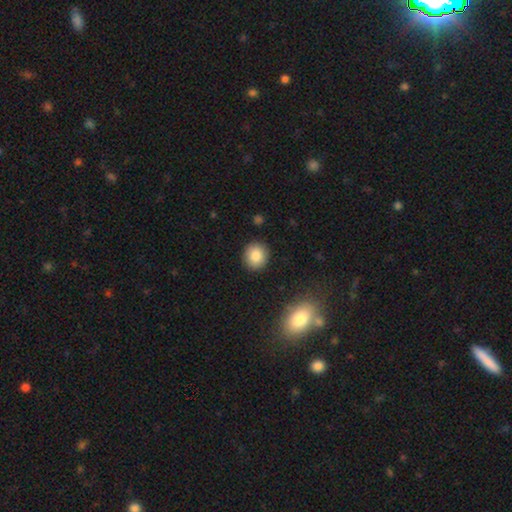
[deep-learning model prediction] Morphology: type=smooth (86%); roundness=round (83%); merging=none (90%).